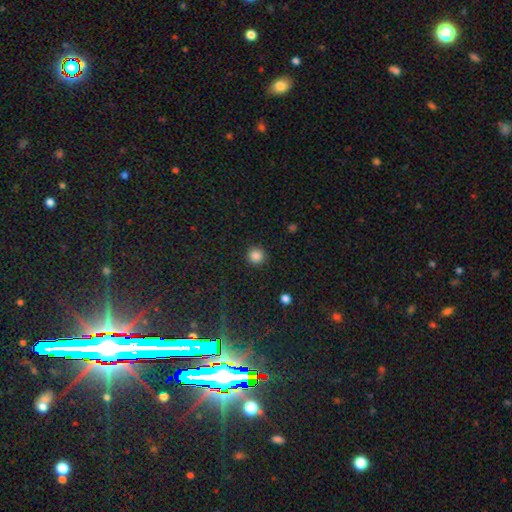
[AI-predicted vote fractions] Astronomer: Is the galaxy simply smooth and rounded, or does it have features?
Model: smooth — 86%.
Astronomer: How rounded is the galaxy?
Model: round — 95%.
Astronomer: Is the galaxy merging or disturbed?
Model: none — 91%.